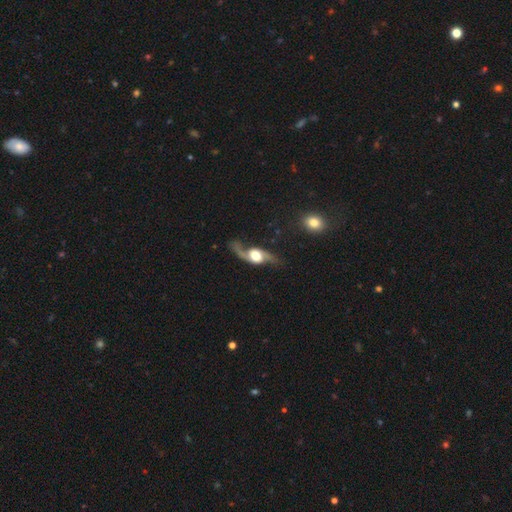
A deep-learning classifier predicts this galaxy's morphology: smooth-or-featured: featured or disk: 87% | smooth: 9% | star or artifact: 5%
  disk-edge-on: no: 90% | yes: 10%
    bar: no: 64% | weak: 25% | strong: 11%
    has-spiral-arms: yes: 94% | no: 6%
      spiral-winding: loose: 75% | medium: 20% | tight: 5%
      spiral-arm-count: 2: 92% | 1: 3% | can't tell: 2% | 3: 1% | 4: 1% | more than 4: 1%
    bulge-size: moderate: 45% | large: 42% | dominant: 7% | small: 5% | none: 1%
  merging: none: 66% | minor disturbance: 16% | major disturbance: 14% | merger: 3%